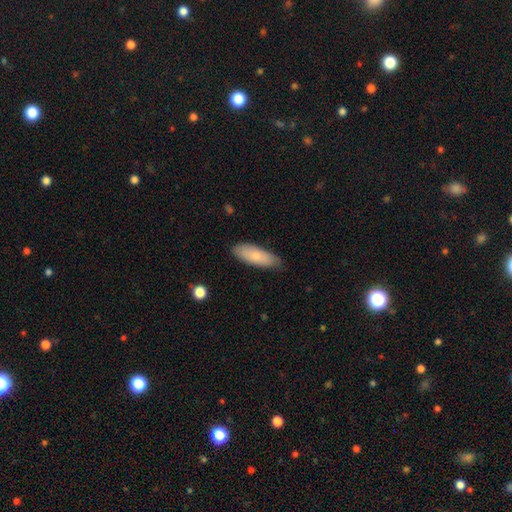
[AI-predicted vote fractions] smooth 78%, featured or disk 16%, star or artifact 6%. Down the decision tree: how rounded — in between (68%); merging — none (81%).